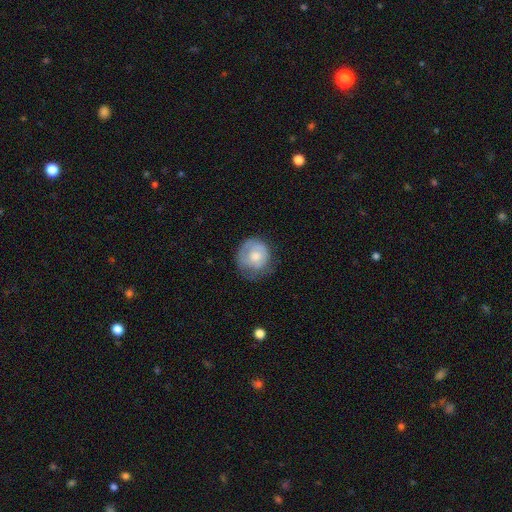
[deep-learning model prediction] smooth_or_featured: smooth (p=0.58) [alt: featured or disk p=0.35]
how_rounded: round (p=0.83) [alt: in between p=0.16]
merging: none (p=0.54) [alt: minor disturbance p=0.30]